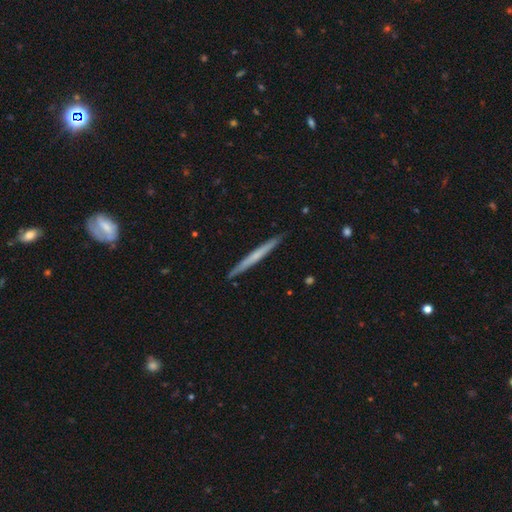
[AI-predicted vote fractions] A smooth galaxy with no disk features (48%). Merging: none (92%).